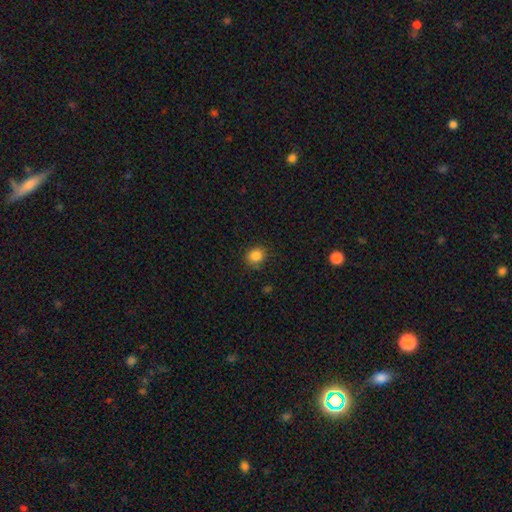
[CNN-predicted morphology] Q: Smooth or featured?
A: smooth (85%); runner-up: star or artifact (11%)
Q: How rounded?
A: round (75%); runner-up: in between (24%)
Q: Merging?
A: none (83%); runner-up: minor disturbance (13%)